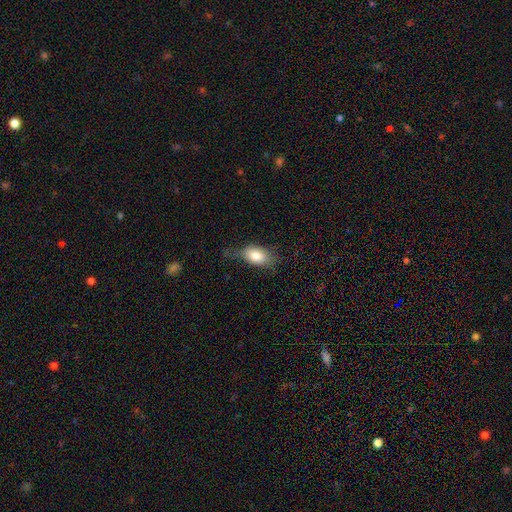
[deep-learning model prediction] A smooth galaxy with no disk features (80%) that is in between round and cigar-shaped (88%).

Vote fractions:
- Smooth or featured? smooth: 80% / featured or disk: 13% / star or artifact: 8%
- How rounded? in between: 88% / round: 9% / cigar-shaped: 4%
- Merging? none: 52% / minor disturbance: 31% / major disturbance: 15% / merger: 2%